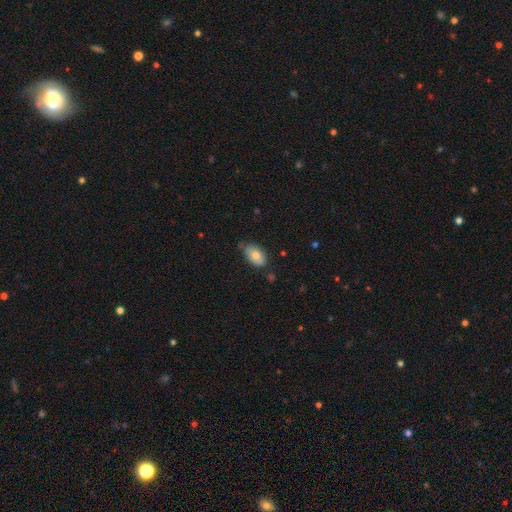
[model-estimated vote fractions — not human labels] Smooth or featured: smooth — 75% (featured or disk — 17%)
How rounded: in between — 92% (round — 6%)
Merging: none — 64% (minor disturbance — 28%)